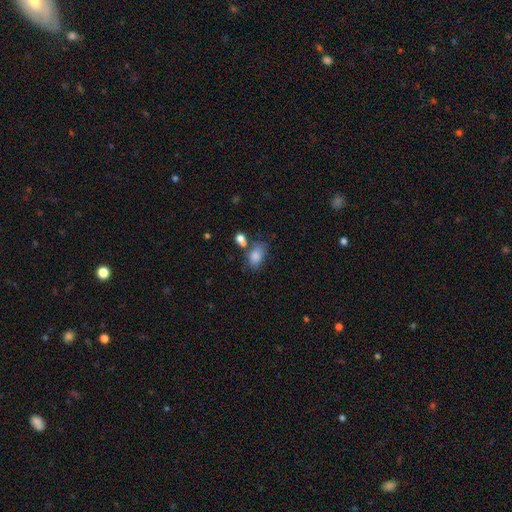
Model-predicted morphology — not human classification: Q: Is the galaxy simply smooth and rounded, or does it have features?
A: smooth — 82%.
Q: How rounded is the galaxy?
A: in between — 83%.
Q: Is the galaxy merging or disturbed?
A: none — 50%.